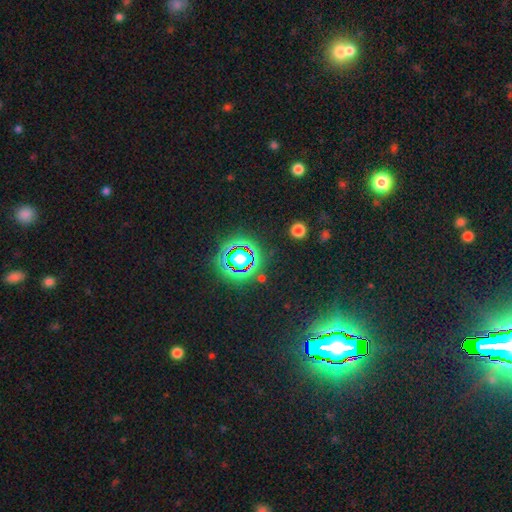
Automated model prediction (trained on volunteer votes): smooth-or-featured: star or artifact: 82% | smooth: 10% | featured or disk: 8%